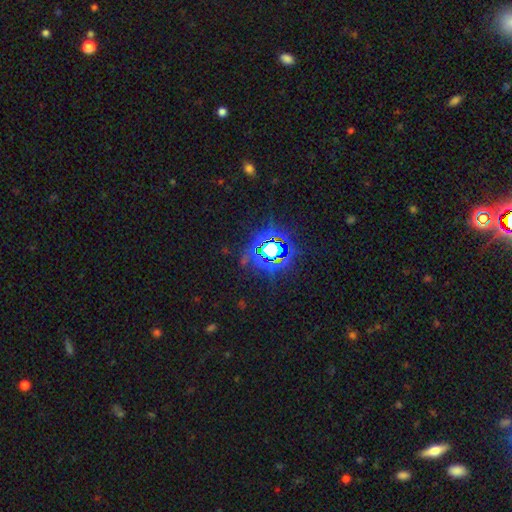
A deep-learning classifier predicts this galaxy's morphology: type=star or artifact (78%).